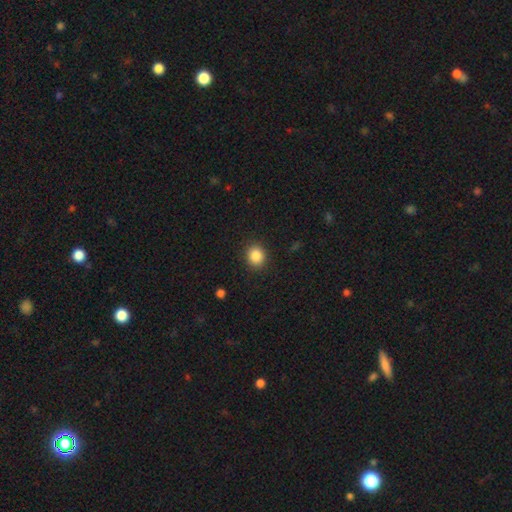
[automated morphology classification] Q: Smooth or featured?
A: smooth (86%); runner-up: star or artifact (10%)
Q: How rounded?
A: round (74%); runner-up: in between (25%)
Q: Merging?
A: none (89%); runner-up: minor disturbance (7%)